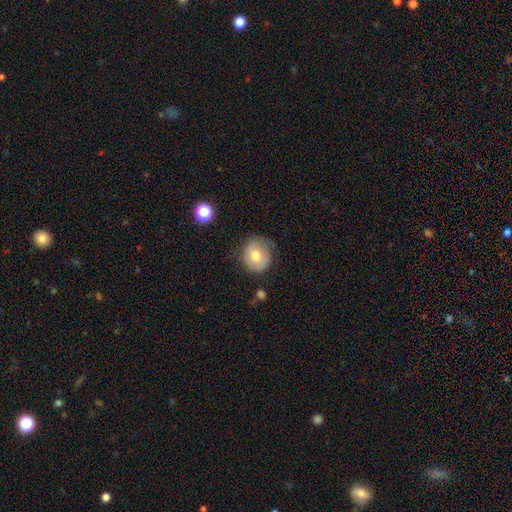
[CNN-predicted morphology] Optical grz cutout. It shows a smooth galaxy with no disk features (70%) that is round (86%). Merging: none (67%).